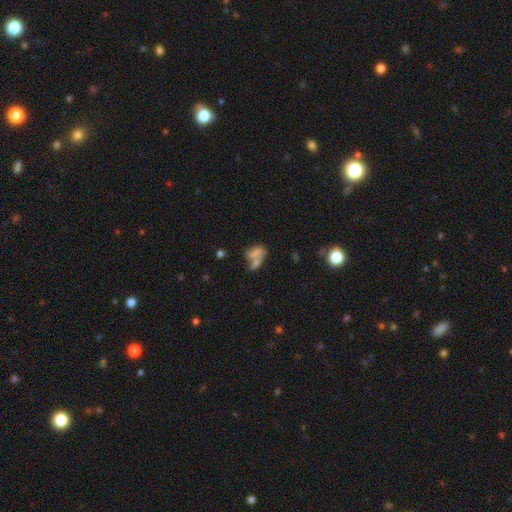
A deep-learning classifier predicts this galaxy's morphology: Smooth or featured? smooth (58%)
How rounded? in between (76%)
Merging? merger (49%)